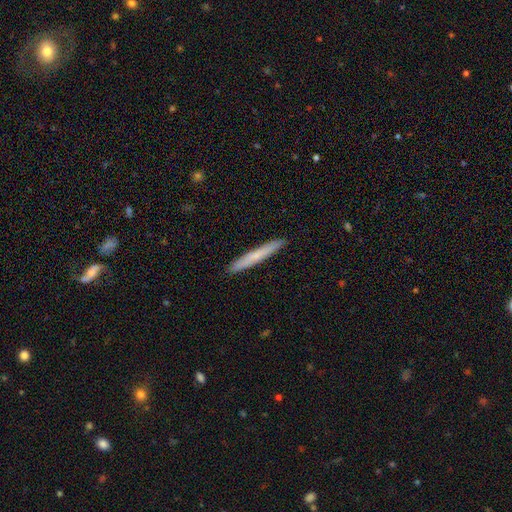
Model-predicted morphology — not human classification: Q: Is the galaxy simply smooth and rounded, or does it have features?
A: smooth — 65%.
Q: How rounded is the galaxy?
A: cigar-shaped — 97%.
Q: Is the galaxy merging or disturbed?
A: none — 92%.